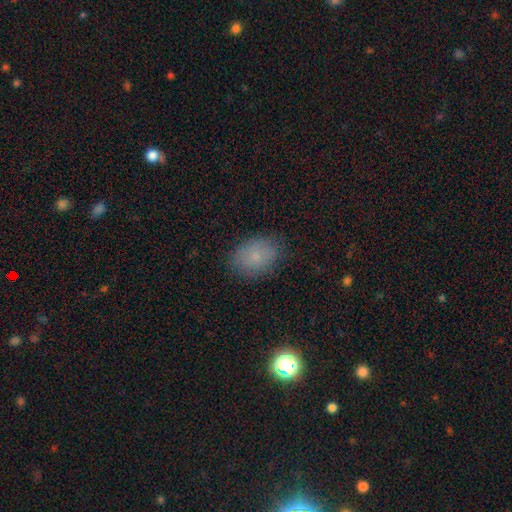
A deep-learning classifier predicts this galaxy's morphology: A smooth galaxy with no disk features (79%) that is in between round and cigar-shaped (70%). Merging: none (82%).